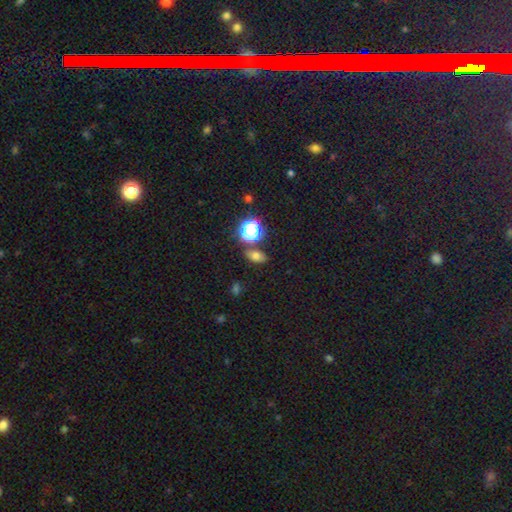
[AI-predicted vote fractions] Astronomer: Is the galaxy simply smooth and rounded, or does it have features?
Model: smooth — 67%.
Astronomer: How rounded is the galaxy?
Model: in between — 74%.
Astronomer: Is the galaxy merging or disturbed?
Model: none — 78%.